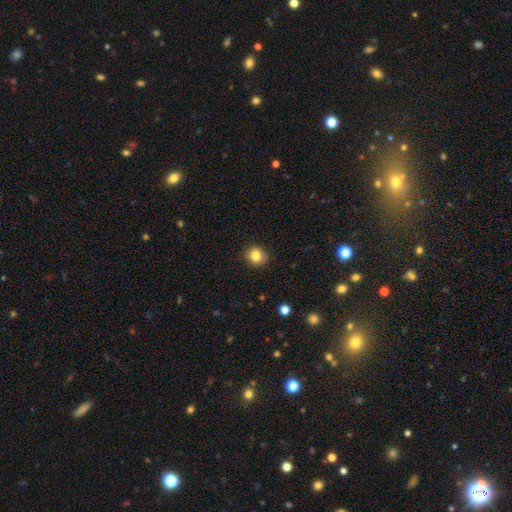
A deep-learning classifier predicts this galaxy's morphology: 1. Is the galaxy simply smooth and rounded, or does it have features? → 84% smooth, 10% star or artifact, 6% featured or disk.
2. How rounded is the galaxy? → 83% round, 16% in between, 1% cigar-shaped.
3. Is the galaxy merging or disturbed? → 88% none, 9% minor disturbance, 2% major disturbance, 1% merger.